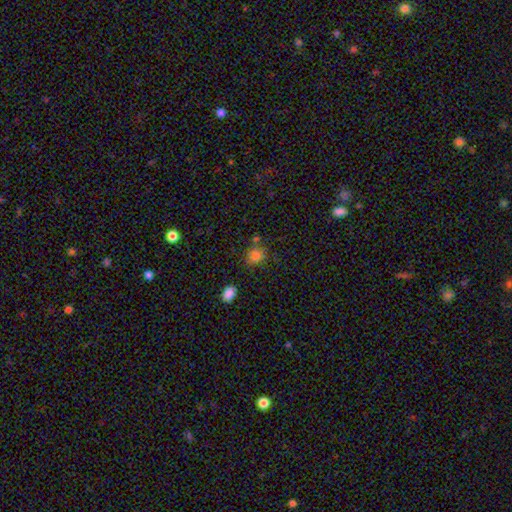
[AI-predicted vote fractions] A smooth galaxy with no disk features (80%) that is round (67%). Merging: none (68%).